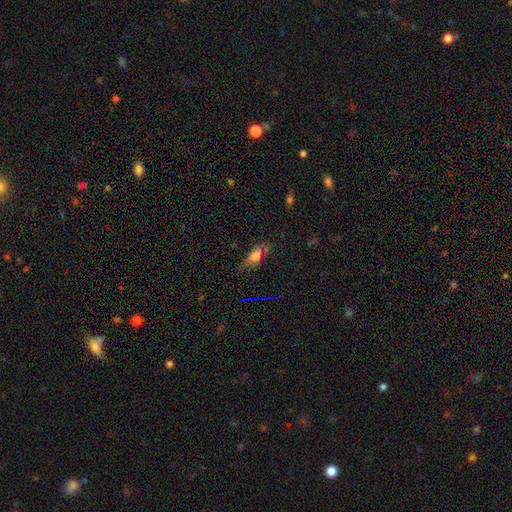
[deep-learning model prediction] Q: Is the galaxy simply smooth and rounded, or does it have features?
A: smooth — 60%.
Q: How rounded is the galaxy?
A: in between — 71%.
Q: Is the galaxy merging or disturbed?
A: none — 65%.